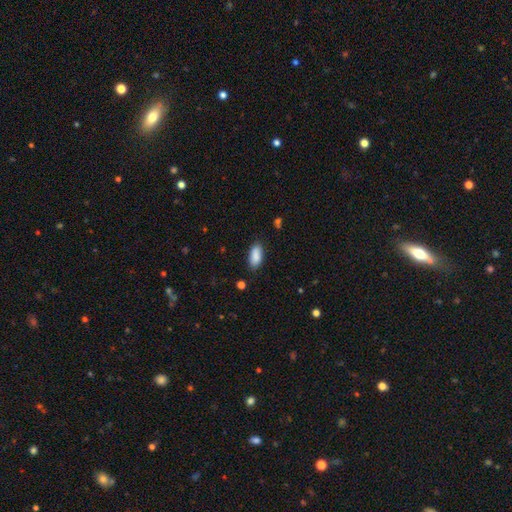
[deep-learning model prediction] Morphology: type=smooth (89%); roundness=in between (89%); merging=none (84%).